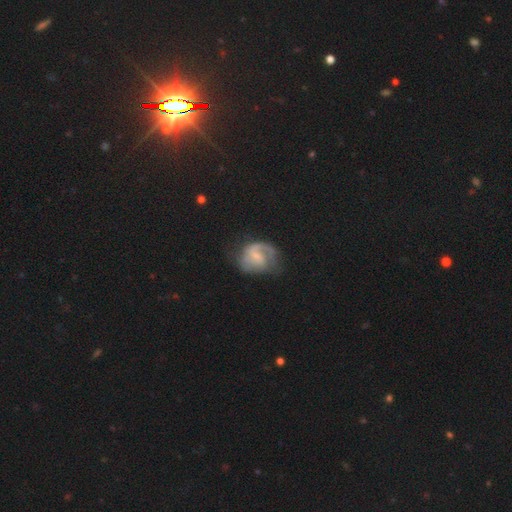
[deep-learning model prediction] A featured or disk galaxy (79%) with a weak bar (57%), 2 (59%) medium (47%) spiral arms (93%) and a small central bulge (53%). Merging: none (56%).